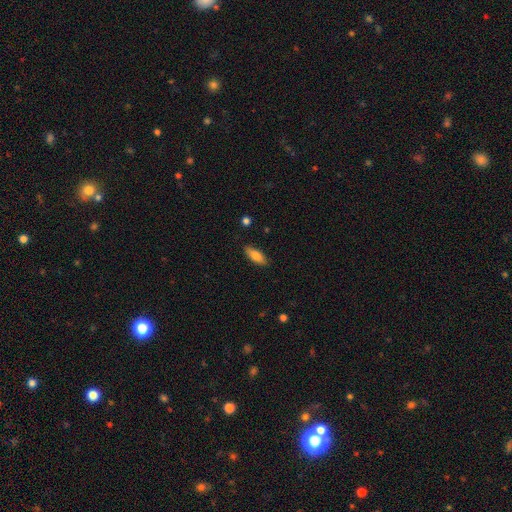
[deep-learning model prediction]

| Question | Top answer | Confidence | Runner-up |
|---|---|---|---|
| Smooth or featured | smooth | 80% | featured or disk (13%) |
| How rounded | in between | 74% | cigar-shaped (24%) |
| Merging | none | 86% | minor disturbance (11%) |